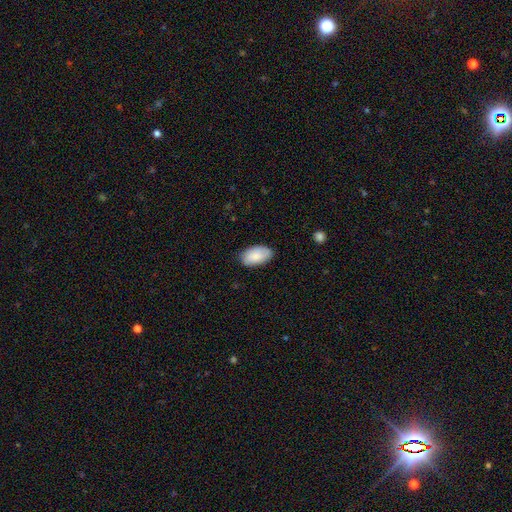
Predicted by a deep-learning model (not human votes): smooth_or_featured: smooth (p=0.82) [alt: featured or disk p=0.12]
how_rounded: in between (p=0.95) [alt: round p=0.03]
merging: none (p=0.82) [alt: minor disturbance p=0.15]